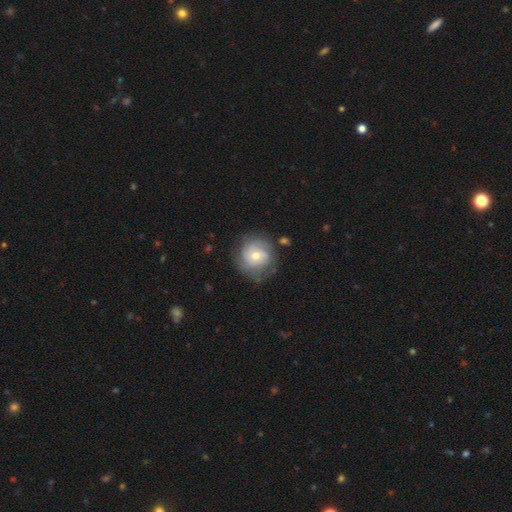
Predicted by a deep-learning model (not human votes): The model was most divided on "smooth or featured": featured or disk: 56%, smooth: 37%, star or artifact: 7%. More confident: edge-on disk — no (97%); bar — no (76%); spiral arms — yes (75%); merging — none (71%); bulge size — moderate (65%).